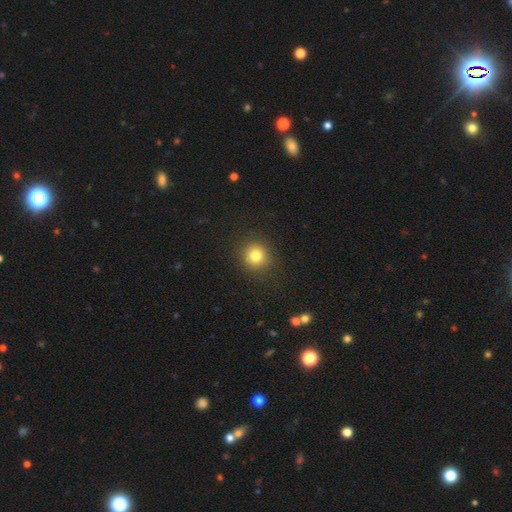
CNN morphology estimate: smooth 80%, star or artifact 13%, featured or disk 7%. Down the decision tree: how rounded — round (90%); merging — none (89%).